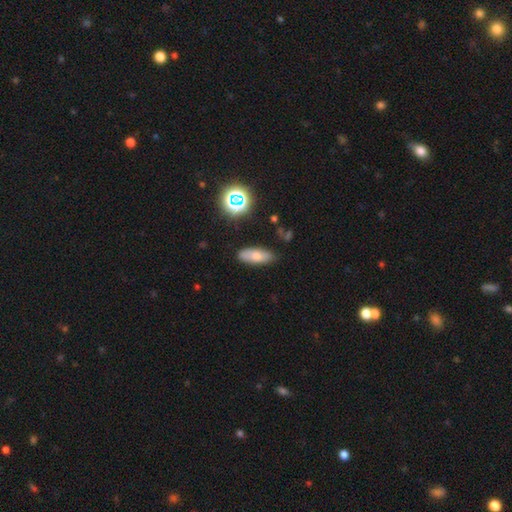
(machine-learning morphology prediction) Q: Smooth or featured?
A: smooth (71%); runner-up: featured or disk (18%)
Q: How rounded?
A: in between (75%); runner-up: cigar-shaped (21%)
Q: Merging?
A: none (82%); runner-up: minor disturbance (13%)